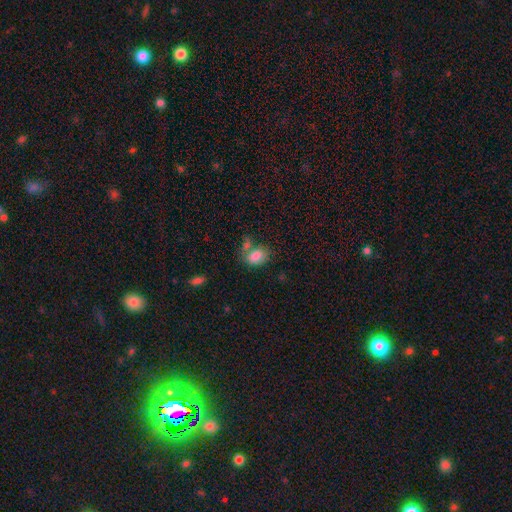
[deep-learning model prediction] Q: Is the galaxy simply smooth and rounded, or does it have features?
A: smooth — 81%.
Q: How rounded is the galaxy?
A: in between — 81%.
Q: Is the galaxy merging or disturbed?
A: none — 44%.